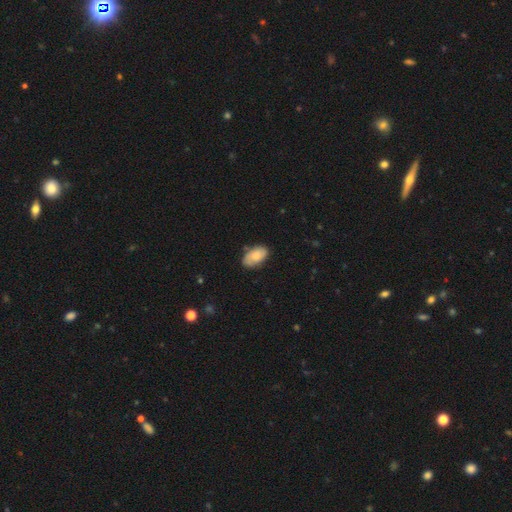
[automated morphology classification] type=smooth (64%); roundness=in between (93%); merging=none (74%).